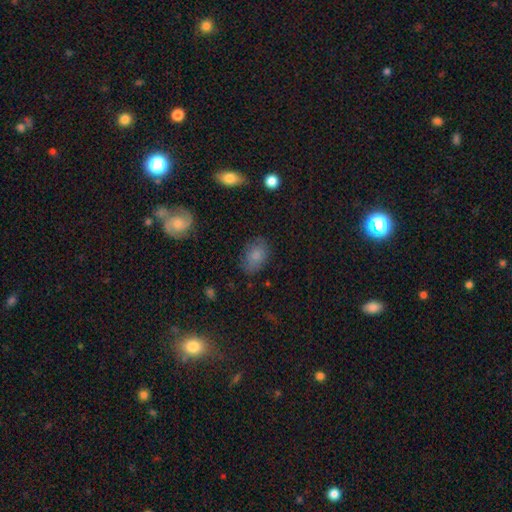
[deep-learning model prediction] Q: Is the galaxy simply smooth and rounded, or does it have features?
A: smooth — 81%.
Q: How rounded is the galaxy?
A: in between — 85%.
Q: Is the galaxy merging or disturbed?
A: none — 76%.